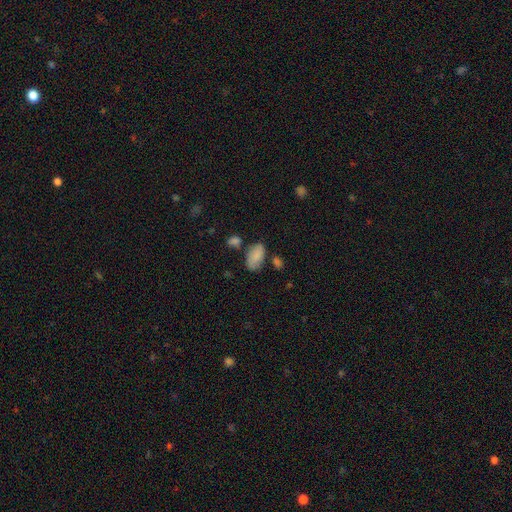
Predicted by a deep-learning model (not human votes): Smooth or featured? smooth (83%)
How rounded? in between (93%)
Merging? none (60%)